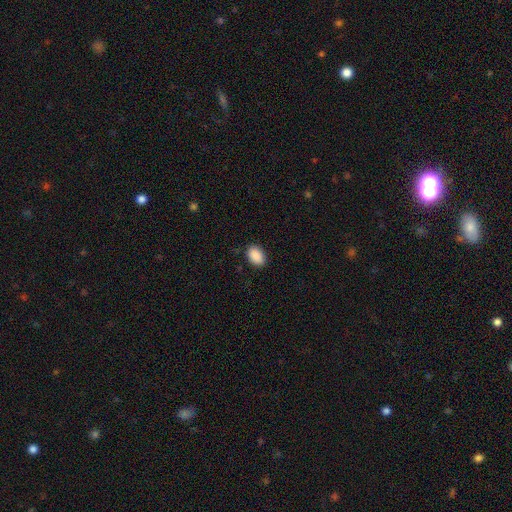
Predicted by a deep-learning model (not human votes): Smooth or featured? Predicted: smooth (p=0.90). How rounded? Predicted: in between (p=0.84). Merging? Predicted: none (p=0.88).